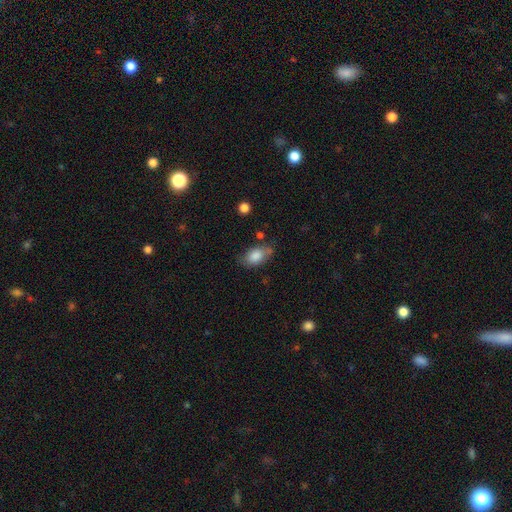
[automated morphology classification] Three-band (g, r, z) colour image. It shows a smooth galaxy with no disk features (83%) that is in between round and cigar-shaped (89%). Merging: none (63%).